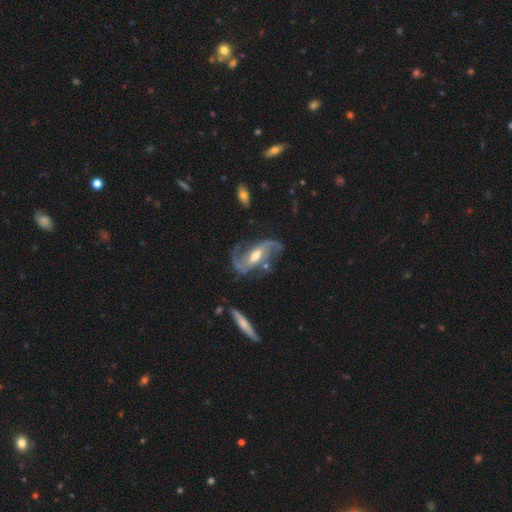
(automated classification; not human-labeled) A featured or disk galaxy (89%) with a weak bar (42%), 2 (89%) loose (55%) spiral arms (96%) and a moderate central bulge (67%).

Vote fractions:
- Smooth or featured? featured or disk: 89% / smooth: 6% / star or artifact: 5%
- Edge-on disk? no: 95% / yes: 5%
- Bar? weak: 42% / strong: 41% / no: 18%
- Spiral arms? yes: 96% / no: 4%
- Spiral winding? loose: 55% / medium: 35% / tight: 10%
- Spiral arm count? 2: 89% / can't tell: 3% / 3: 3% / 1: 2% / 4: 1% / more than 4: 1%
- Bulge size? moderate: 67% / small: 24% / large: 7% / none: 2% / dominant: 1%
- Merging? none: 63% / minor disturbance: 19% / major disturbance: 13% / merger: 5%